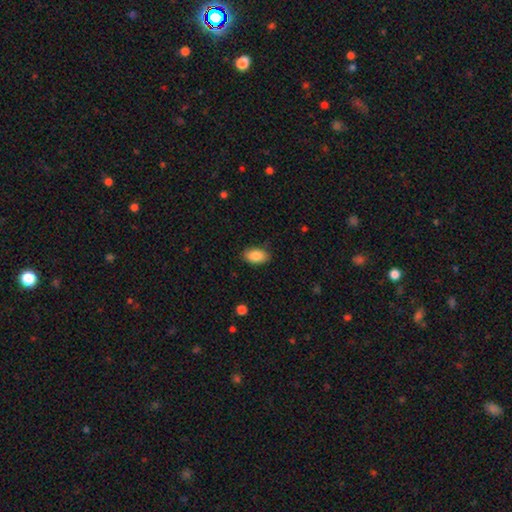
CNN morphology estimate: A smooth galaxy with no disk features (87%) that is in between round and cigar-shaped (92%). Merging: none (85%).